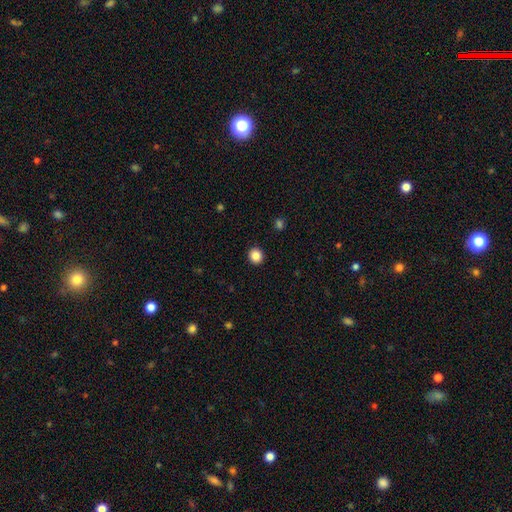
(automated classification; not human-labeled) The model was most divided on "how rounded": round: 87%, in between: 12%, cigar-shaped: 1%. More confident: merging — none (93%); smooth or featured — smooth (86%).